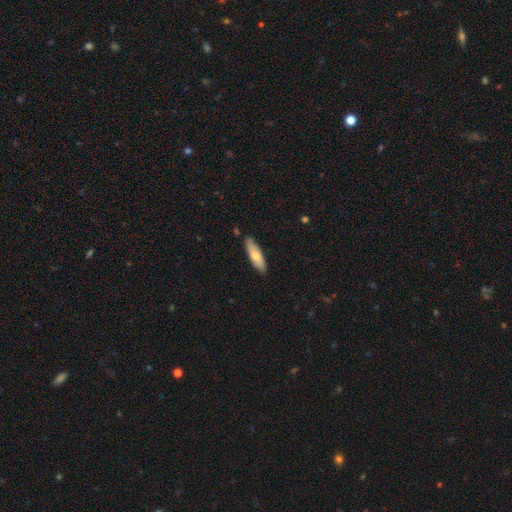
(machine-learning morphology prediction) type=smooth (68%); roundness=cigar-shaped (50%); merging=none (85%).